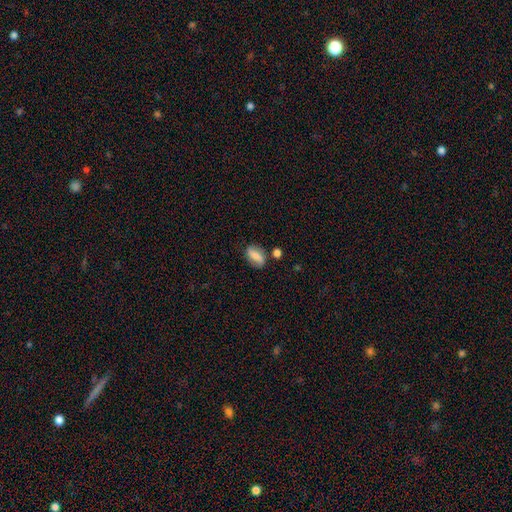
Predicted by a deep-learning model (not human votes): This appears to be a smooth galaxy with no disk features (66%) that is in between round and cigar-shaped (82%). Merging: none (73%).